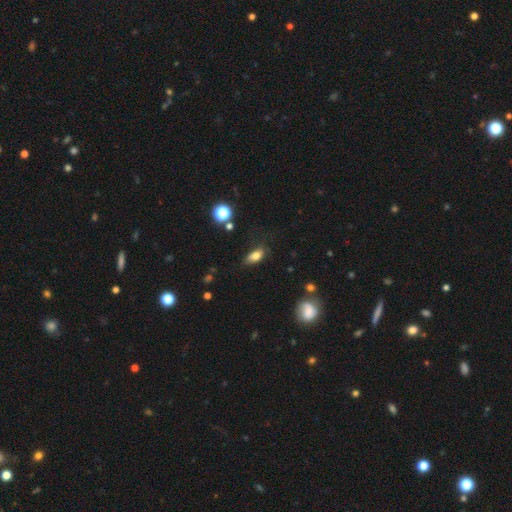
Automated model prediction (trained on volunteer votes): Morphology: type=smooth (78%); roundness=in between (85%); merging=none (65%).